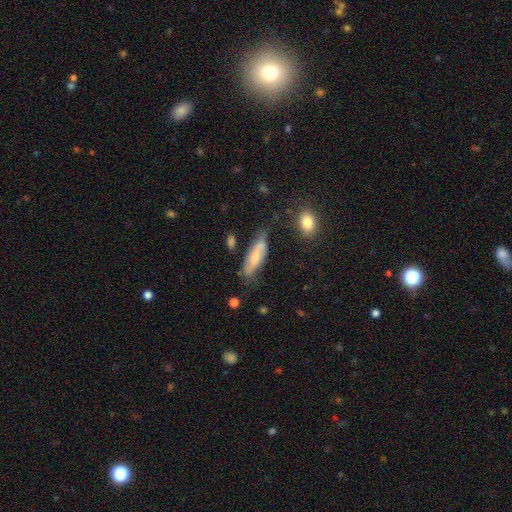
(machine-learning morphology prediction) smooth_or_featured: smooth (p=0.58) [alt: featured or disk p=0.35]
how_rounded: in between (p=0.53) [alt: cigar-shaped p=0.45]
merging: none (p=0.57) [alt: minor disturbance p=0.29]